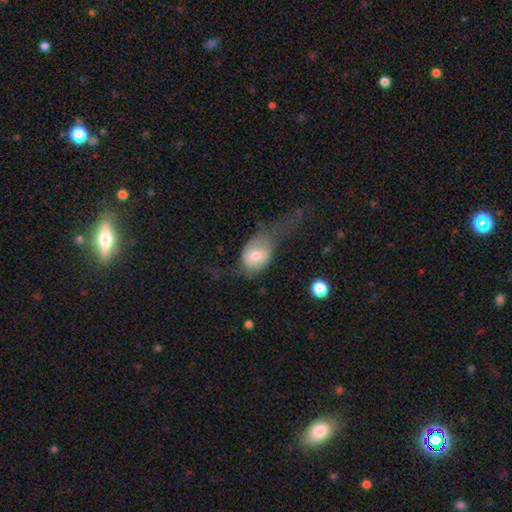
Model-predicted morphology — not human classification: The model was most divided on "smooth or featured": smooth: 61%, featured or disk: 32%, star or artifact: 7%. More confident: how rounded — in between (71%); merging — major disturbance (57%).